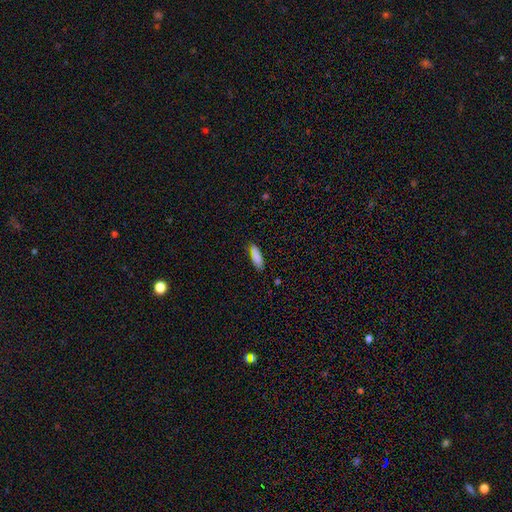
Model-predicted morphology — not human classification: A smooth galaxy with no disk features (86%) that is in between round and cigar-shaped (50%).

Vote fractions:
- Smooth or featured? smooth: 86% / star or artifact: 8% / featured or disk: 6%
- How rounded? in between: 50% / cigar-shaped: 48% / round: 2%
- Merging? none: 80% / minor disturbance: 16% / major disturbance: 3% / merger: 2%